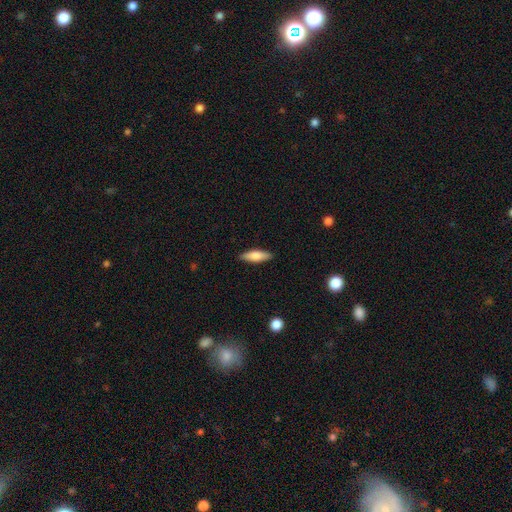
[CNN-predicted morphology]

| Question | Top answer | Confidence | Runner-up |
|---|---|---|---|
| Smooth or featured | smooth | 75% | featured or disk (19%) |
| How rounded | in between | 52% | cigar-shaped (46%) |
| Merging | none | 88% | minor disturbance (9%) |